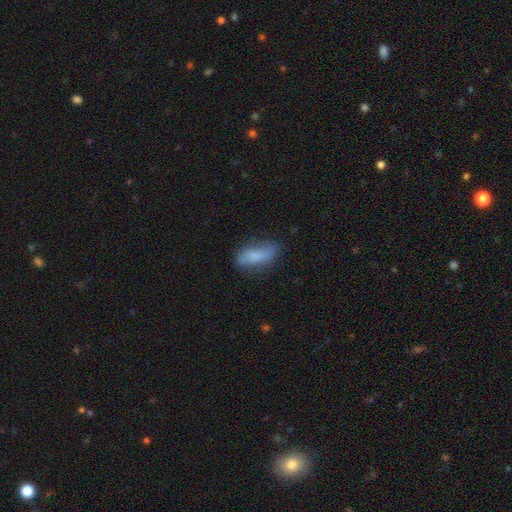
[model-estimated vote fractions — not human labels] This appears to be a smooth galaxy with no disk features (70%) that is in between round and cigar-shaped (74%). Merging: none (64%).